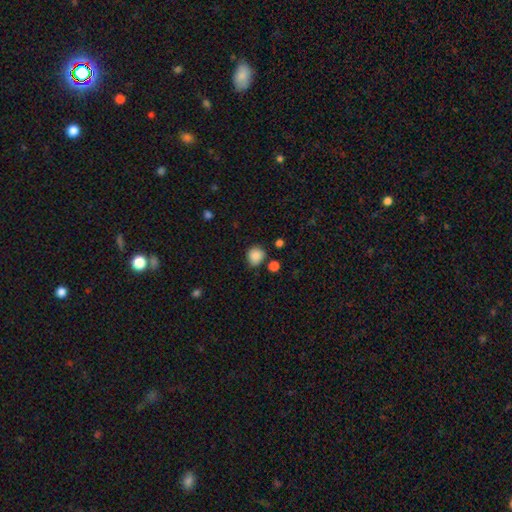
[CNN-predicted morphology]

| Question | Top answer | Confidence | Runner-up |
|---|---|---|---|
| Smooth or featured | smooth | 86% | star or artifact (9%) |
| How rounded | round | 81% | in between (18%) |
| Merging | none | 72% | minor disturbance (18%) |